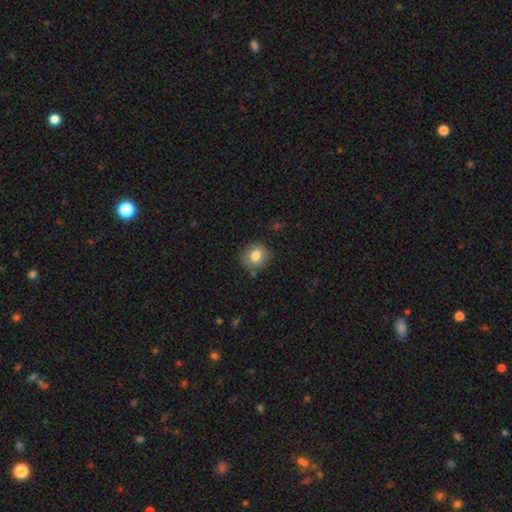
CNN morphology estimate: Overall: smooth (81%). How rounded: round (75%). Merging: none (80%).